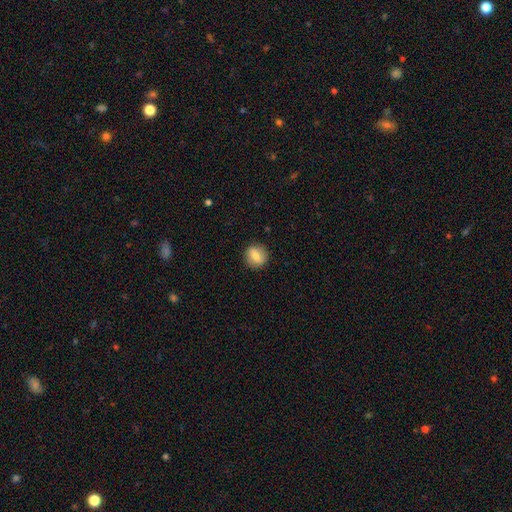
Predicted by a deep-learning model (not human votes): smooth-or-featured: smooth: 68% | featured or disk: 24% | star or artifact: 8%
  how-rounded: round: 82% | in between: 17% | cigar-shaped: 1%
  merging: none: 88% | minor disturbance: 9% | major disturbance: 2% | merger: 1%